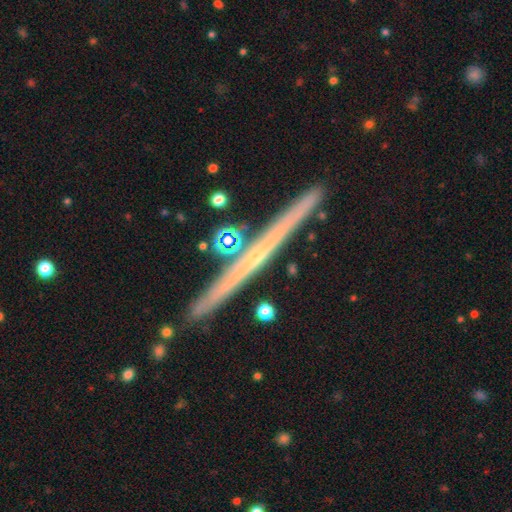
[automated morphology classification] Overall: featured or disk (71%). Edge-on disk: yes (98%). Edge-on bulge: none (72%). Merging: none (88%).